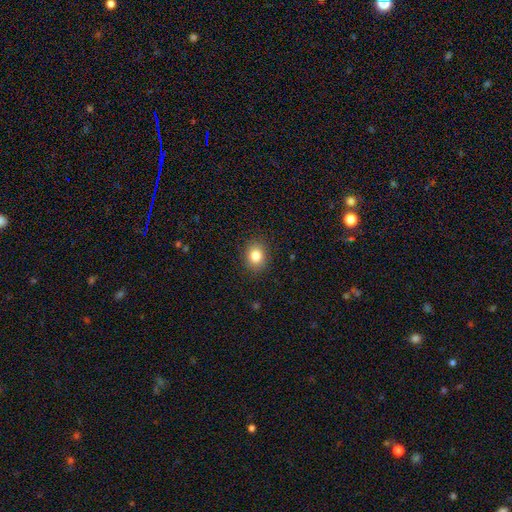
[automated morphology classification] This is clearly a smooth galaxy (83%). How rounded: possibly round (58%). Merging: clearly none (89%).